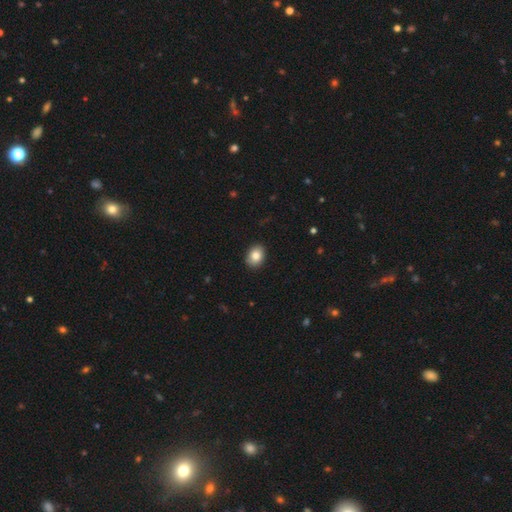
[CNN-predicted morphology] smooth 85%, star or artifact 8%, featured or disk 7%. Down the decision tree: how rounded — in between (65%); merging — none (89%).